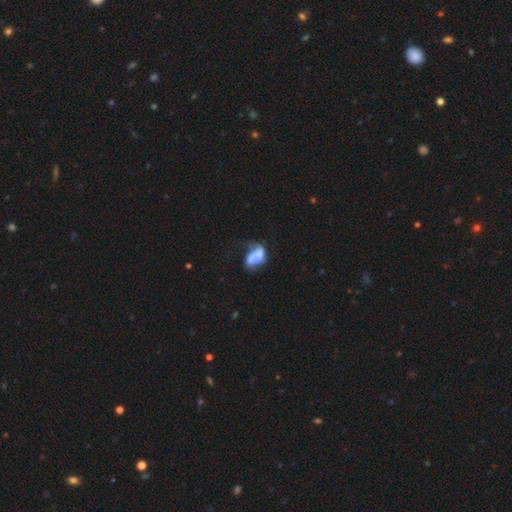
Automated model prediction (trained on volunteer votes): The model was most divided on "merging" (2-way tie): merger: 30%, major disturbance: 30%, none: 22%, minor disturbance: 18%; "smooth or featured" (2-way tie): smooth: 45%, featured or disk: 45%, star or artifact: 10%.